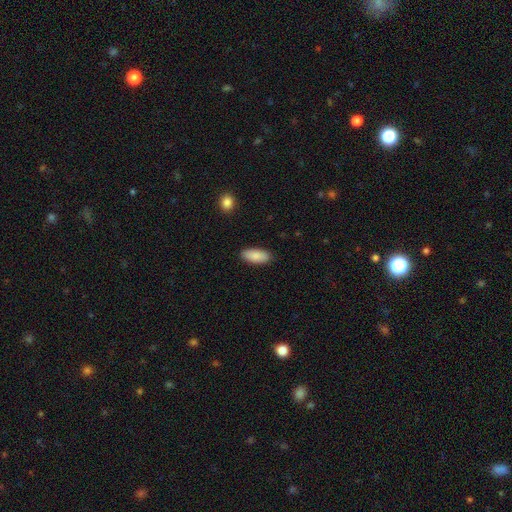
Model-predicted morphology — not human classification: Smooth or featured? smooth (88%)
How rounded? in between (89%)
Merging? none (89%)